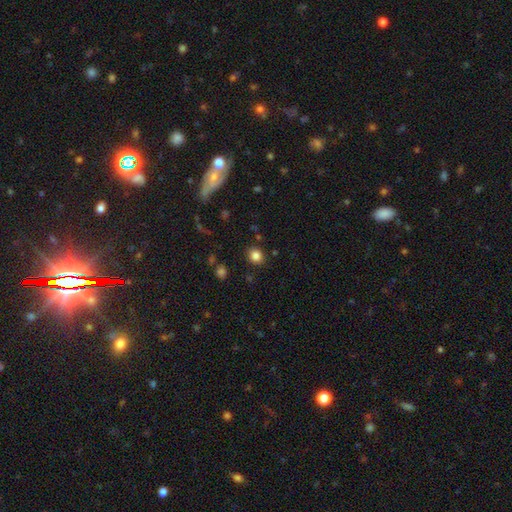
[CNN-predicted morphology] smooth-or-featured: smooth: 83% | star or artifact: 12% | featured or disk: 5%
  how-rounded: round: 74% | in between: 26% | cigar-shaped: 1%
  merging: none: 87% | minor disturbance: 8% | major disturbance: 3% | merger: 2%